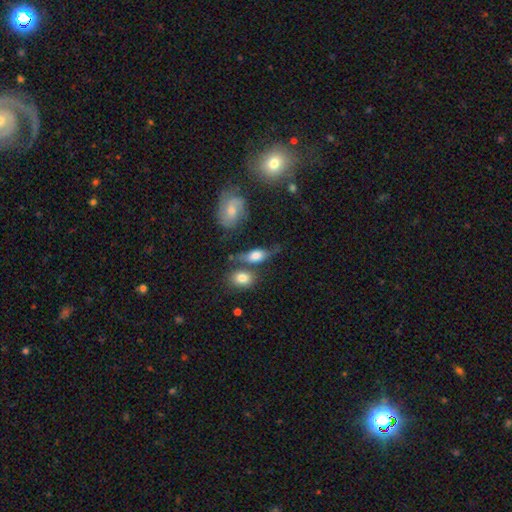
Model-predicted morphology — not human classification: smooth 68%, featured or disk 23%, star or artifact 9%. Down the decision tree: how rounded — in between (79%); merging — none (47%).